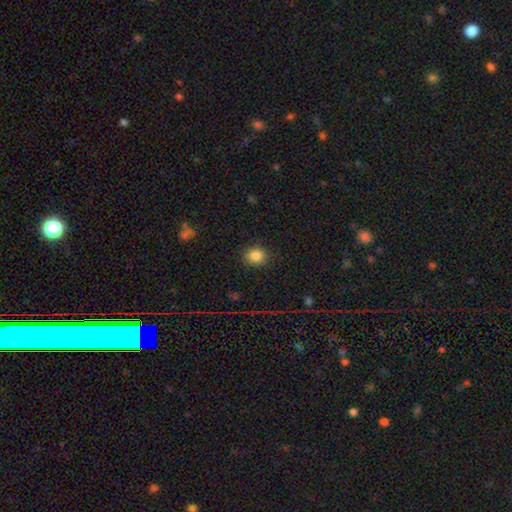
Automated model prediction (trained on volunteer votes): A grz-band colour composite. It shows a smooth galaxy with no disk features (84%) that is round (77%). Merging: none (88%).